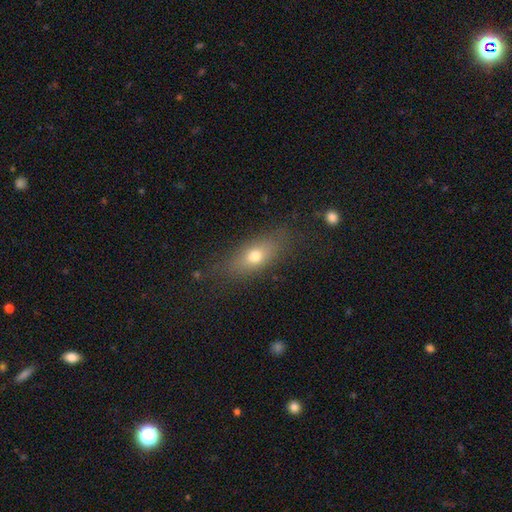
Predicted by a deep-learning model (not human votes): smooth-or-featured: smooth: 70% | featured or disk: 19% | star or artifact: 11%
  how-rounded: in between: 71% | cigar-shaped: 19% | round: 10%
  merging: none: 78% | minor disturbance: 14% | major disturbance: 6% | merger: 2%